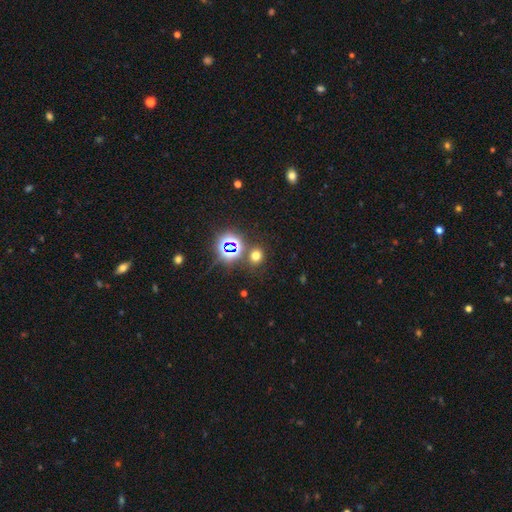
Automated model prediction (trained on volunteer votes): smooth-or-featured: smooth: 61% | star or artifact: 33% | featured or disk: 7%
  how-rounded: round: 75% | in between: 24% | cigar-shaped: 1%
  merging: none: 82% | minor disturbance: 8% | merger: 6% | major disturbance: 4%